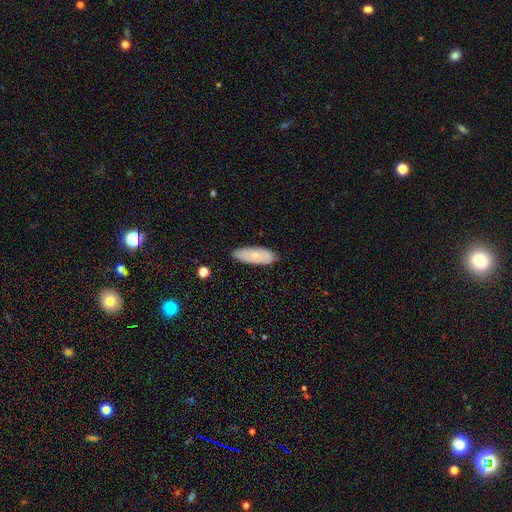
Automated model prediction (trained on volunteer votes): Smooth or featured? smooth (70%)
How rounded? in between (73%)
Merging? none (82%)